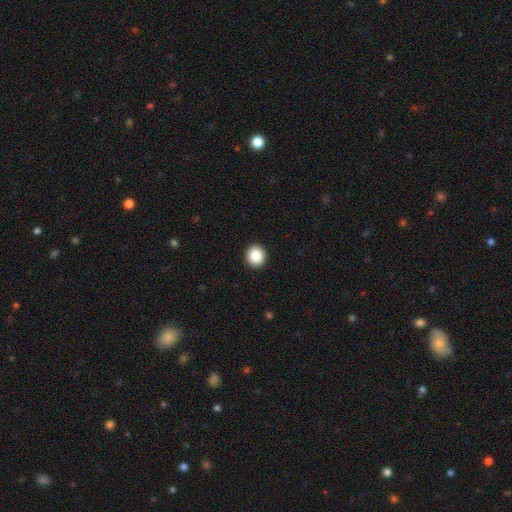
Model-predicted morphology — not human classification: smooth-or-featured: smooth: 87% | star or artifact: 9% | featured or disk: 4%
  how-rounded: round: 90% | in between: 9% | cigar-shaped: 1%
  merging: none: 93% | minor disturbance: 4% | major disturbance: 1% | merger: 1%